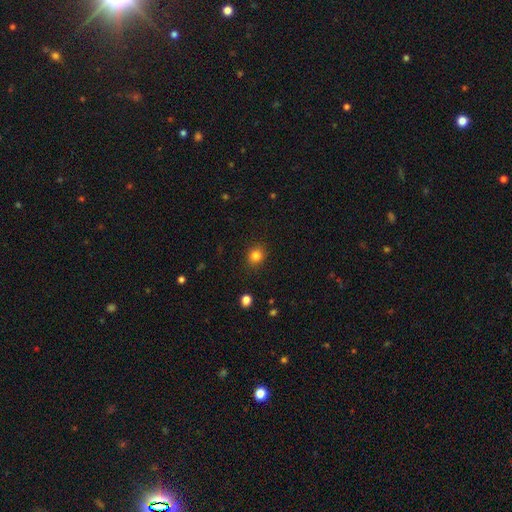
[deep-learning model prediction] Q: Smooth or featured?
A: smooth (82%); runner-up: star or artifact (12%)
Q: How rounded?
A: round (79%); runner-up: in between (20%)
Q: Merging?
A: none (89%); runner-up: minor disturbance (8%)